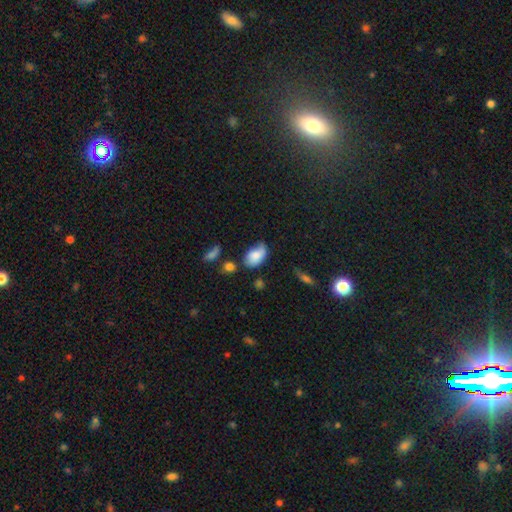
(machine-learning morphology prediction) Overall: smooth (77%). How rounded: in between (92%). Merging: none (45%; minor disturbance 37%).